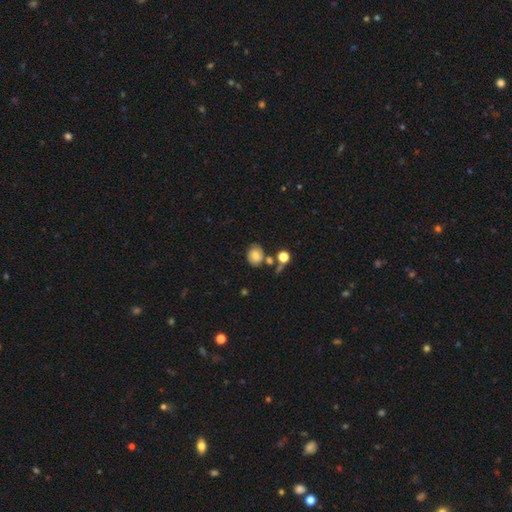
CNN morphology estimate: smooth-or-featured: smooth: 66% | featured or disk: 23% | star or artifact: 11%
  how-rounded: round: 60% | in between: 39% | cigar-shaped: 1%
  merging: none: 61% | minor disturbance: 17% | merger: 15% | major disturbance: 7%